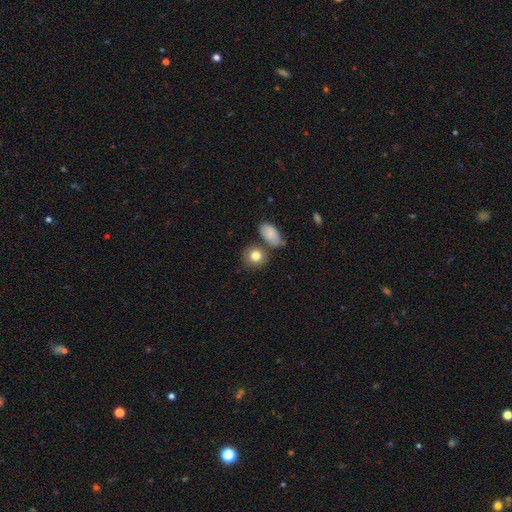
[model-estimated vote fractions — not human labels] A smooth galaxy with no disk features (81%) that is round (74%).

Vote fractions:
- Smooth or featured? smooth: 81% / featured or disk: 10% / star or artifact: 9%
- How rounded? round: 74% / in between: 24% / cigar-shaped: 1%
- Merging? none: 68% / merger: 15% / minor disturbance: 12% / major disturbance: 4%